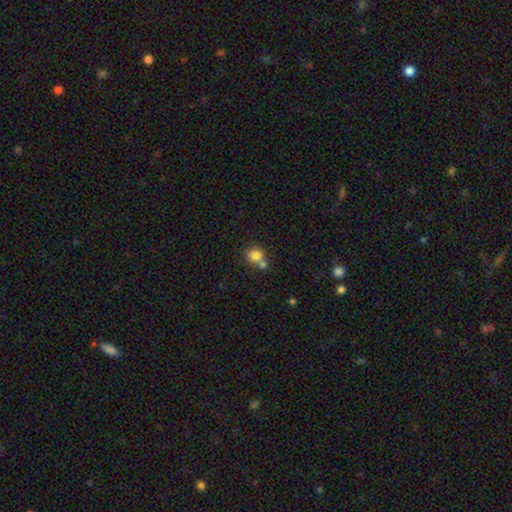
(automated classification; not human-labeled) Q: Smooth or featured?
A: smooth (81%); runner-up: star or artifact (10%)
Q: How rounded?
A: round (77%); runner-up: in between (22%)
Q: Merging?
A: none (49%); runner-up: merger (38%)